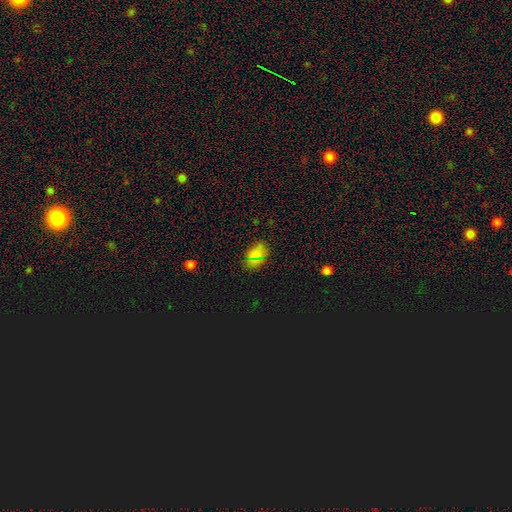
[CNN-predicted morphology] Smooth or featured?
  - smooth: 62% *
  - star or artifact: 31%
  - featured or disk: 6%
How rounded?
  - in between: 77% *
  - round: 20%
  - cigar-shaped: 3%
Merging?
  - none: 83% *
  - minor disturbance: 11%
  - major disturbance: 3%
  - merger: 2%